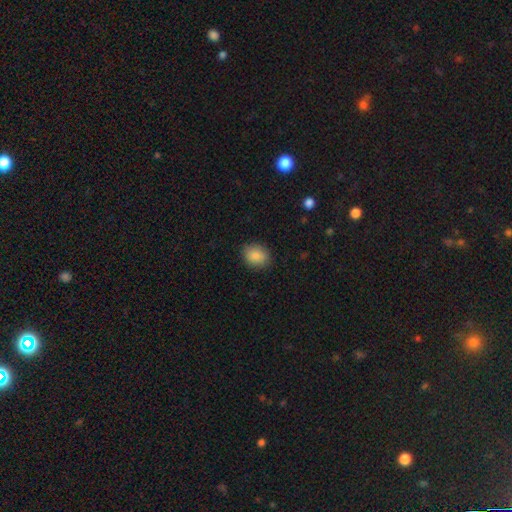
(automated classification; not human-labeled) smooth-or-featured: smooth: 88% | star or artifact: 8% | featured or disk: 4%
  how-rounded: in between: 50% | round: 49% | cigar-shaped: 1%
  merging: none: 86% | minor disturbance: 11% | major disturbance: 3% | merger: 1%